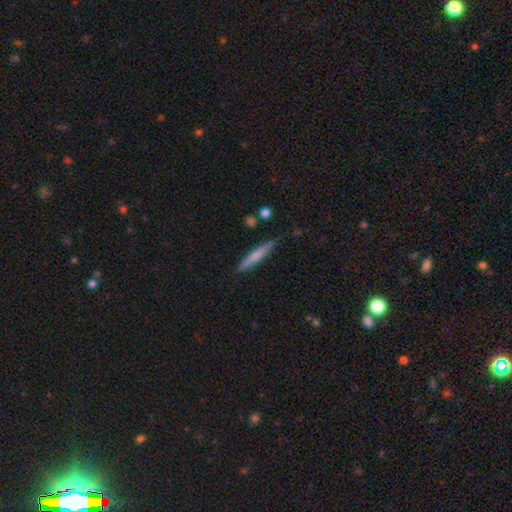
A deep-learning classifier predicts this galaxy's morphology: Overall: smooth (62%; featured or disk 32%). How rounded: cigar-shaped (93%). Merging: none (84%).